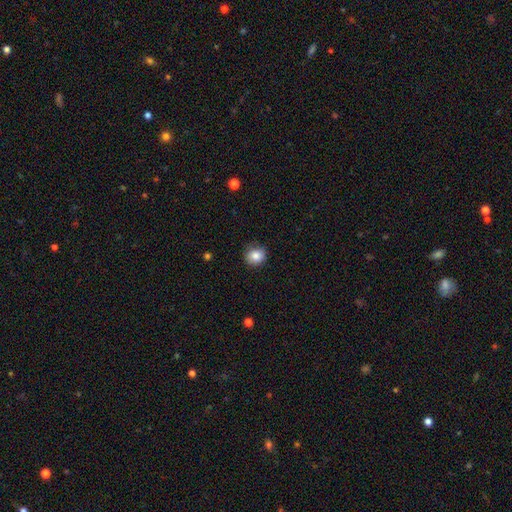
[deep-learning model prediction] A smooth galaxy with no disk features (84%) that is round (84%). Merging: none (85%).